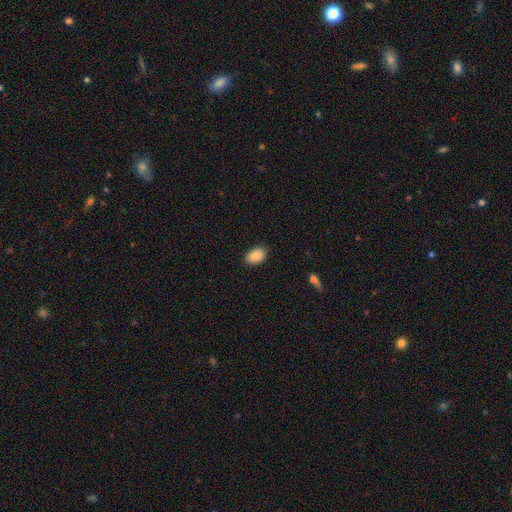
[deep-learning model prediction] Smooth or featured?
  - smooth: 89% *
  - star or artifact: 7%
  - featured or disk: 4%
How rounded?
  - in between: 89% *
  - round: 10%
  - cigar-shaped: 1%
Merging?
  - none: 86% *
  - minor disturbance: 10%
  - major disturbance: 2%
  - merger: 1%